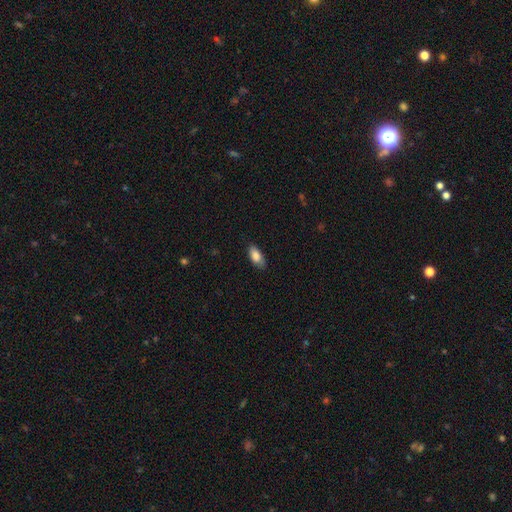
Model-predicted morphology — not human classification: Smooth or featured? smooth (84%)
How rounded? in between (88%)
Merging? none (80%)